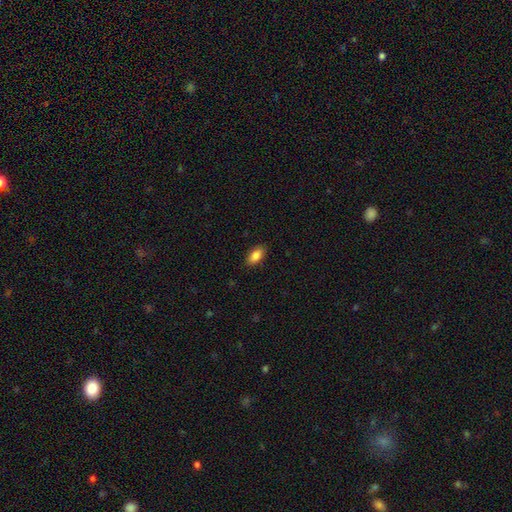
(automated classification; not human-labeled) A smooth galaxy with no disk features (86%) that is in between round and cigar-shaped (90%).

Vote fractions:
- Smooth or featured? smooth: 86% / star or artifact: 7% / featured or disk: 7%
- How rounded? in between: 90% / cigar-shaped: 6% / round: 4%
- Merging? none: 87% / minor disturbance: 10% / major disturbance: 2% / merger: 1%